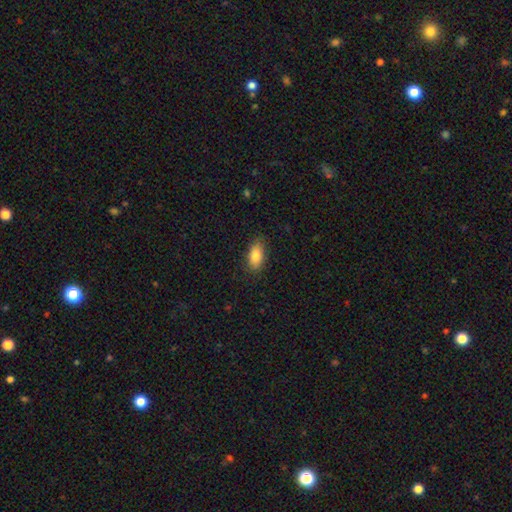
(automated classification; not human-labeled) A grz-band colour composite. It shows a smooth galaxy with no disk features (83%) that is in between round and cigar-shaped (89%). Merging: none (84%).